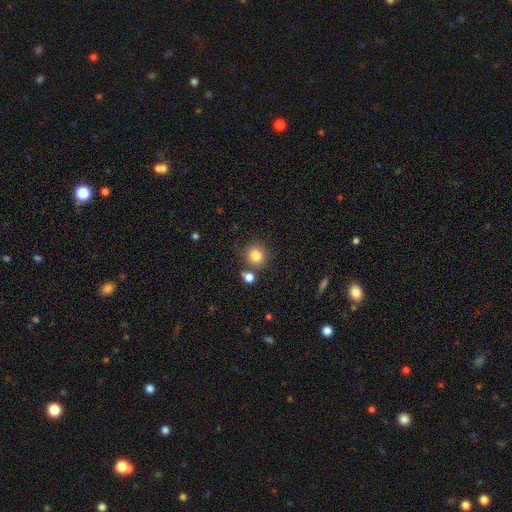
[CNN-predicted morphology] A smooth galaxy with no disk features (82%) that is round (90%). Merging: none (76%).